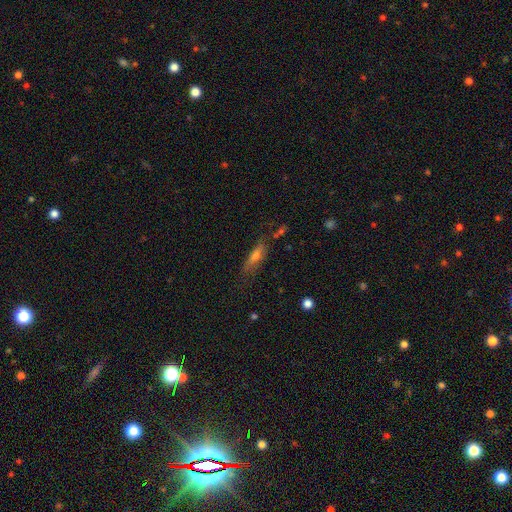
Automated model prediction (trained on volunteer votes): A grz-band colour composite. It shows a smooth galaxy with no disk features (55%) that is cigar-shaped (62%). Merging: none (69%).